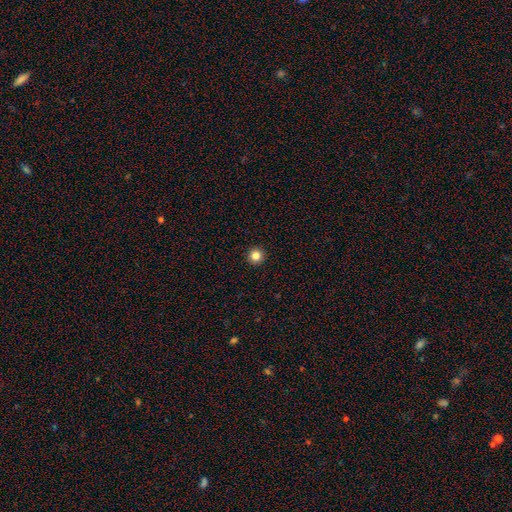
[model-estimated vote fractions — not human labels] smooth 83%, star or artifact 12%, featured or disk 5%. Down the decision tree: how rounded — round (96%); merging — none (94%).